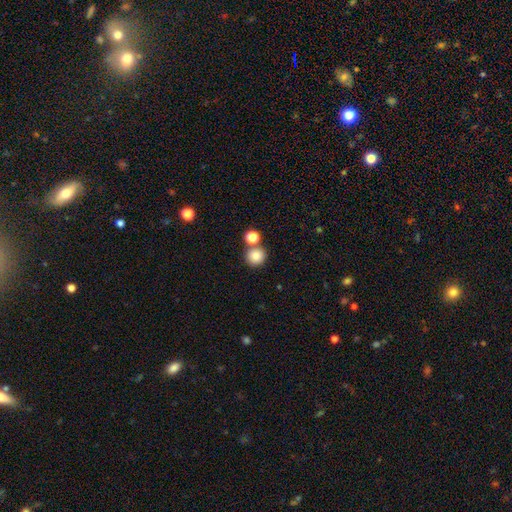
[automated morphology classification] A smooth galaxy with no disk features (83%) that is round (91%).

Vote fractions:
- Smooth or featured? smooth: 83% / star or artifact: 11% / featured or disk: 6%
- How rounded? round: 91% / in between: 8% / cigar-shaped: 1%
- Merging? none: 69% / merger: 22% / minor disturbance: 7% / major disturbance: 2%